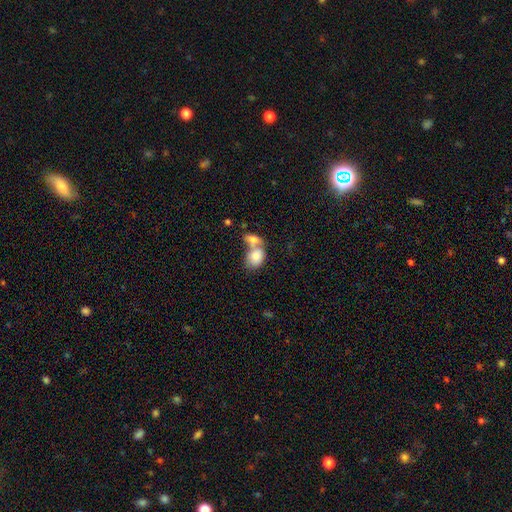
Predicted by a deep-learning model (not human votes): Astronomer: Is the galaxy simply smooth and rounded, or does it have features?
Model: smooth — 78%.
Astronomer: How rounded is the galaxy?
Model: in between — 72%.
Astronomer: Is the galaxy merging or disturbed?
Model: merger — 69%.